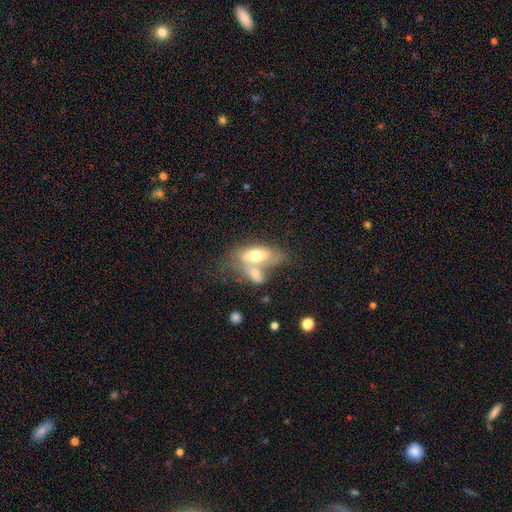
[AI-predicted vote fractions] Q: Smooth or featured?
A: smooth (62%); runner-up: featured or disk (31%)
Q: How rounded?
A: in between (85%); runner-up: cigar-shaped (9%)
Q: Merging?
A: merger (64%); runner-up: none (19%)